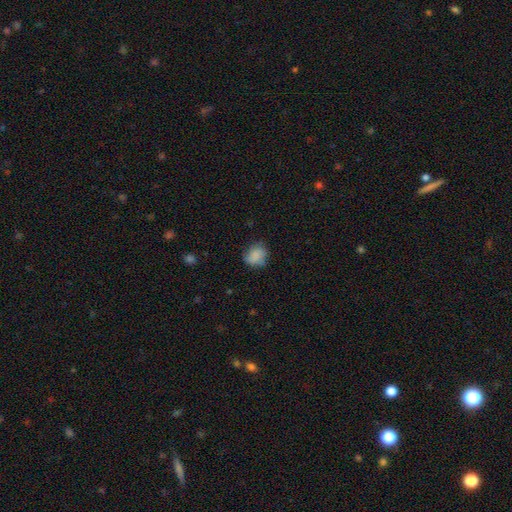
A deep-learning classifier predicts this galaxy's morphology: smooth_or_featured: smooth (p=0.80) [alt: featured or disk p=0.10]
how_rounded: round (p=0.58) [alt: in between p=0.41]
merging: none (p=0.64) [alt: minor disturbance p=0.26]